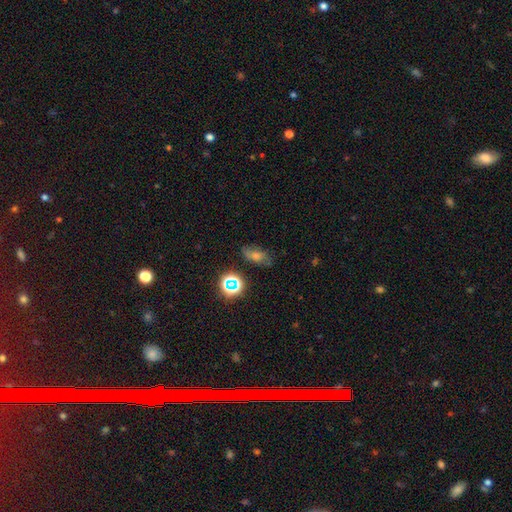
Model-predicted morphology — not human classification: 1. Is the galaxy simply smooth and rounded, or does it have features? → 50% smooth, 27% featured or disk, 22% star or artifact.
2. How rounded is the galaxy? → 76% in between, 16% round, 9% cigar-shaped.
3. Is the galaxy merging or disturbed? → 70% none, 20% minor disturbance, 7% major disturbance, 3% merger.